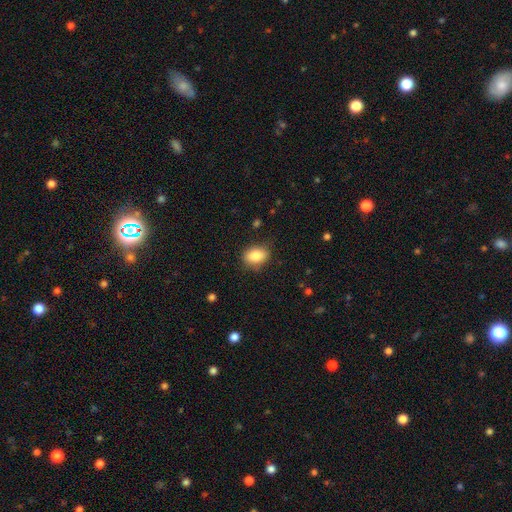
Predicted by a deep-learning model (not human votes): Morphology: type=smooth (85%); roundness=in between (77%); merging=none (79%).